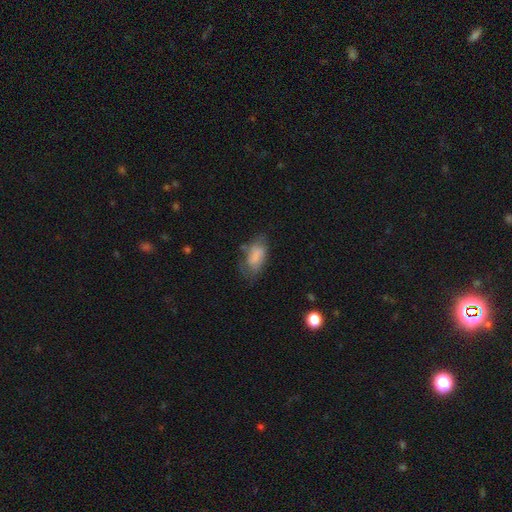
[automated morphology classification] Smooth or featured?
  - smooth: 71% *
  - featured or disk: 21%
  - star or artifact: 8%
How rounded?
  - in between: 91% *
  - round: 5%
  - cigar-shaped: 4%
Merging?
  - none: 48% *
  - minor disturbance: 30%
  - major disturbance: 18%
  - merger: 4%